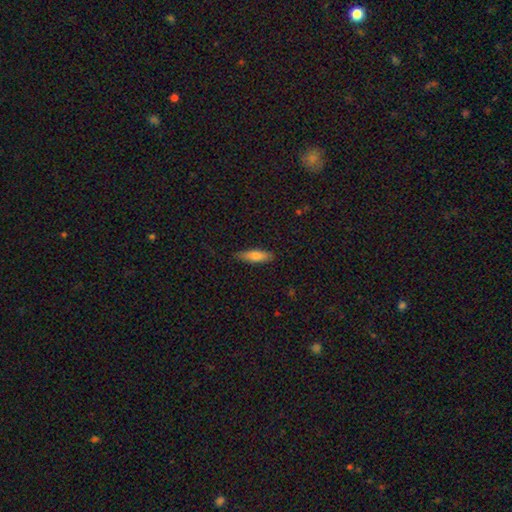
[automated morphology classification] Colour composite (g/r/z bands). It shows a smooth galaxy with no disk features (74%) that is cigar-shaped (50%). Merging: none (84%).